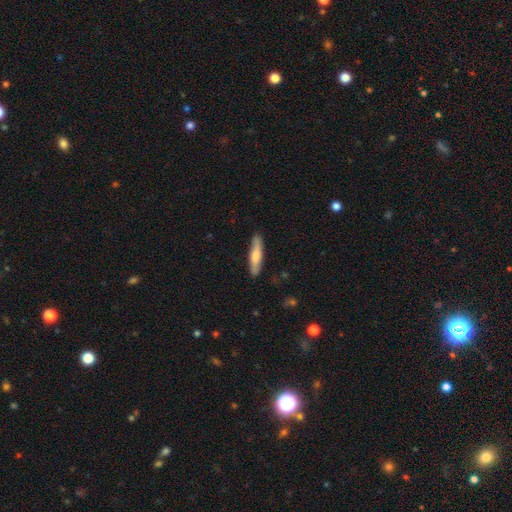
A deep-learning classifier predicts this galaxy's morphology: A smooth galaxy with no disk features (66%) that is cigar-shaped (83%).

Vote fractions:
- Smooth or featured? smooth: 66% / featured or disk: 29% / star or artifact: 5%
- How rounded? cigar-shaped: 83% / in between: 15% / round: 1%
- Merging? none: 86% / minor disturbance: 11% / major disturbance: 2% / merger: 1%